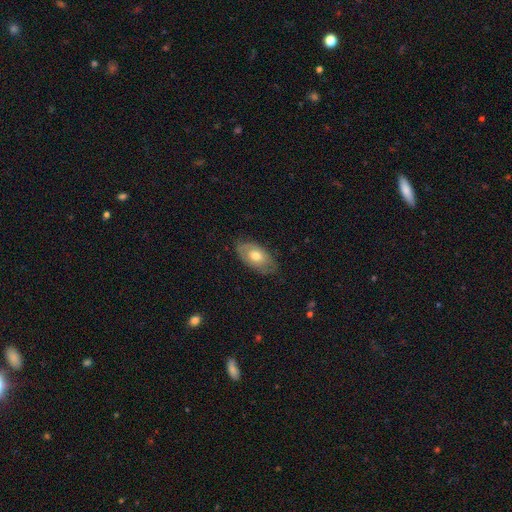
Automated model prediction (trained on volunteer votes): smooth 57%, featured or disk 37%, star or artifact 6%. Down the decision tree: how rounded — in between (93%); merging — none (74%).